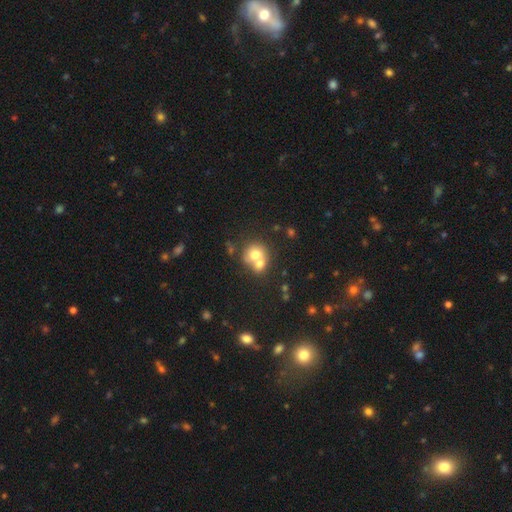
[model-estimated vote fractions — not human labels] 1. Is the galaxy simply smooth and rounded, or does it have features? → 68% smooth, 21% featured or disk, 11% star or artifact.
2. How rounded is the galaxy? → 75% round, 24% in between, 1% cigar-shaped.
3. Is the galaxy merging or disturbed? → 61% merger, 29% none, 7% minor disturbance, 3% major disturbance.